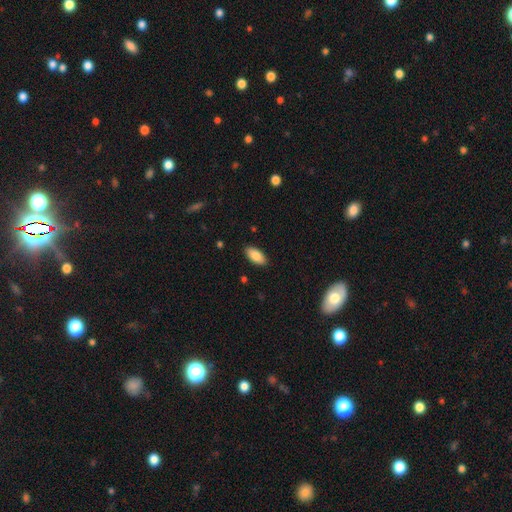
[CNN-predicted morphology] Smooth or featured?
  - smooth: 86% *
  - featured or disk: 8%
  - star or artifact: 7%
How rounded?
  - in between: 91% *
  - cigar-shaped: 7%
  - round: 2%
Merging?
  - none: 88% *
  - minor disturbance: 9%
  - major disturbance: 2%
  - merger: 1%